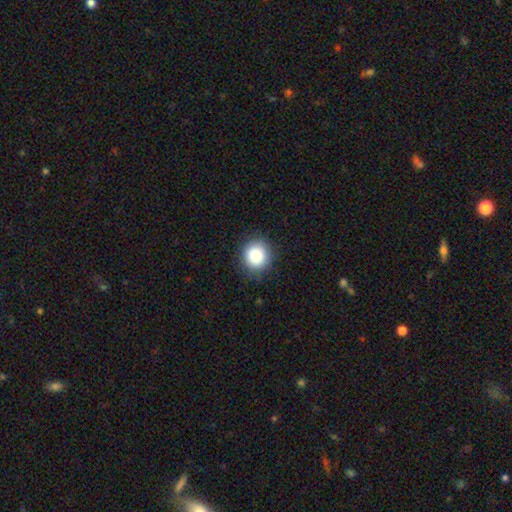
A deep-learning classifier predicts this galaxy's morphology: Smooth or featured? Predicted: smooth (p=0.86). How rounded? Predicted: round (p=0.85). Merging? Predicted: none (p=0.88).